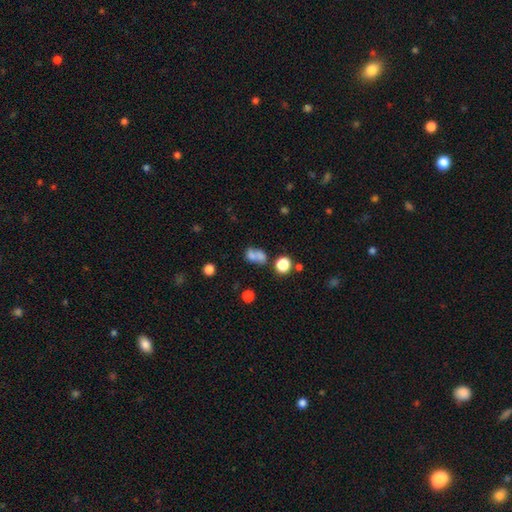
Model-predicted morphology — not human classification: smooth_or_featured: smooth (p=0.70) [alt: featured or disk p=0.16]
how_rounded: in between (p=0.52) [alt: round p=0.46]
merging: merger (p=0.55) [alt: none p=0.27]